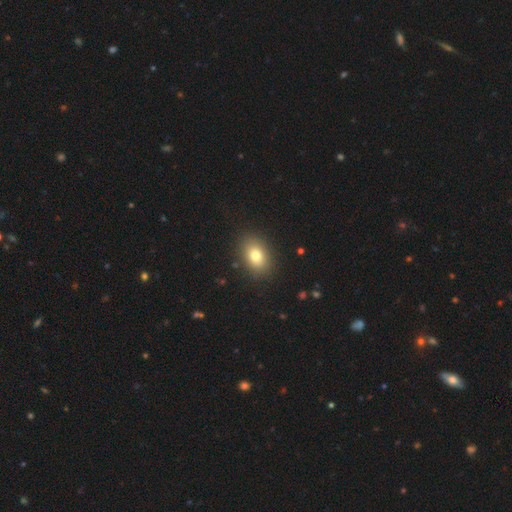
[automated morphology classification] Q: Smooth or featured?
A: smooth (79%); runner-up: star or artifact (10%)
Q: How rounded?
A: in between (75%); runner-up: round (23%)
Q: Merging?
A: none (88%); runner-up: minor disturbance (8%)